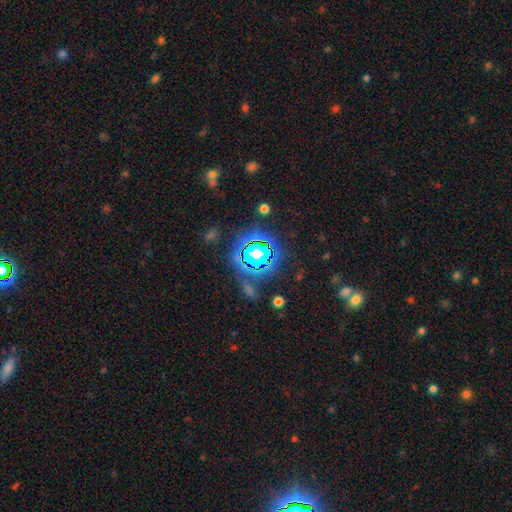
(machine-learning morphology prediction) Smooth or featured?
  - star or artifact: 78% *
  - smooth: 13%
  - featured or disk: 9%